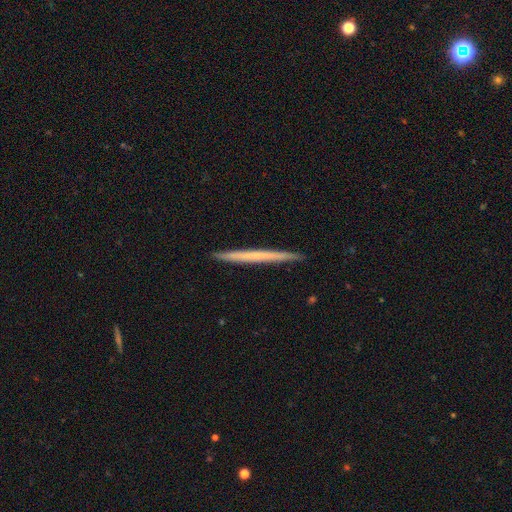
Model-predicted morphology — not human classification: Smooth or featured? smooth (48%)
Merging? none (92%)